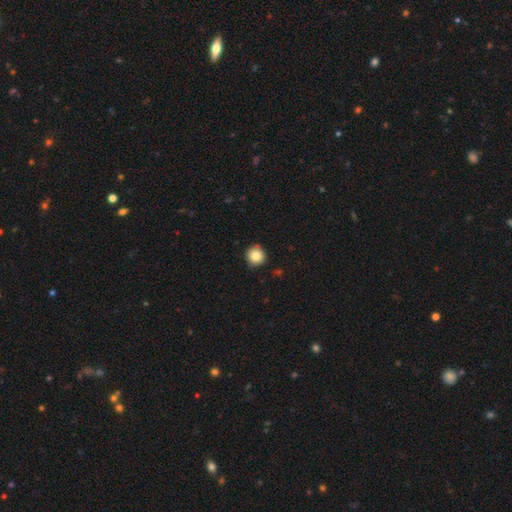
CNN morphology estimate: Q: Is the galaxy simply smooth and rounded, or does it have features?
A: smooth — 83%.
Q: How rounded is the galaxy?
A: round — 94%.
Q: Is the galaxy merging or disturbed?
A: none — 87%.